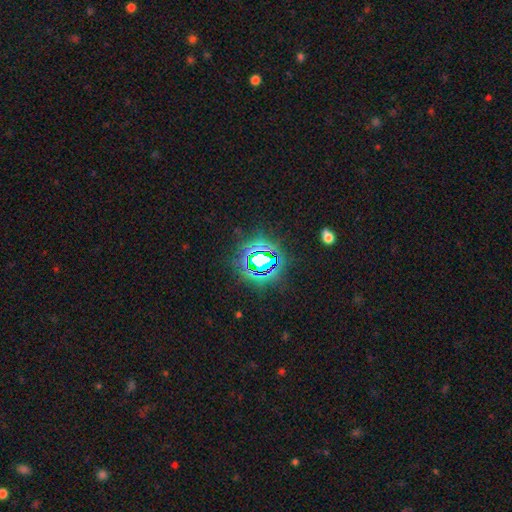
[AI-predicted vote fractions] Smooth or featured? Predicted: star or artifact (p=0.75).